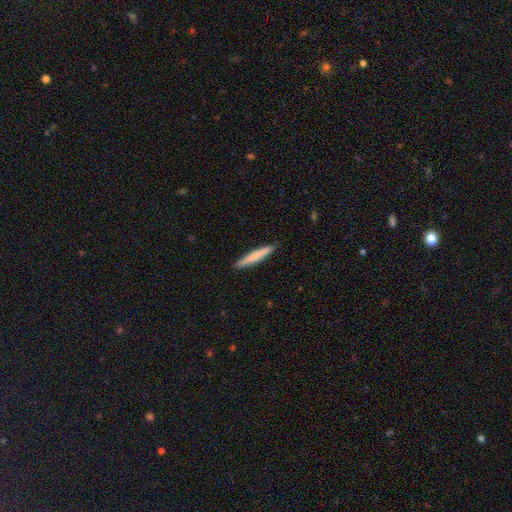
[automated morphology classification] This is likely a smooth galaxy (74%). How rounded: clearly cigar-shaped (95%). Merging: clearly none (90%).